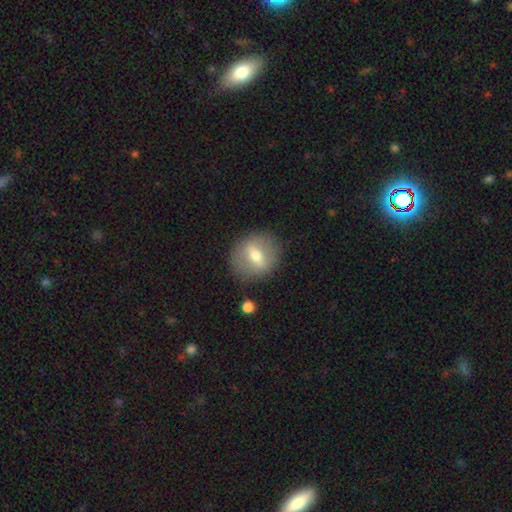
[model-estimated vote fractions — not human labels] smooth_or_featured: smooth (p=0.50) [alt: featured or disk p=0.42]
merging: none (p=0.84) [alt: minor disturbance p=0.10]